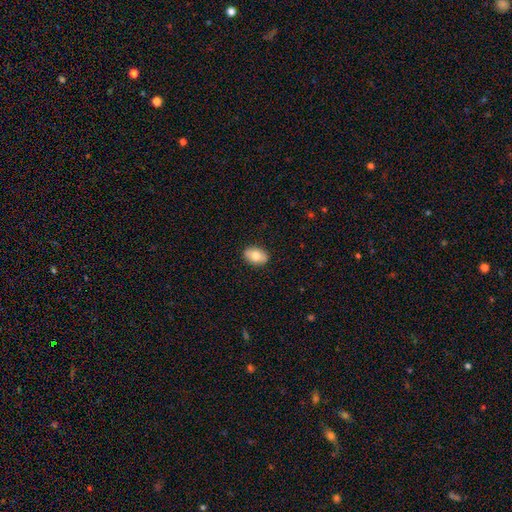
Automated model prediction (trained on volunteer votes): smooth 77%, featured or disk 16%, star or artifact 7%. Down the decision tree: how rounded — in between (82%); merging — none (88%).